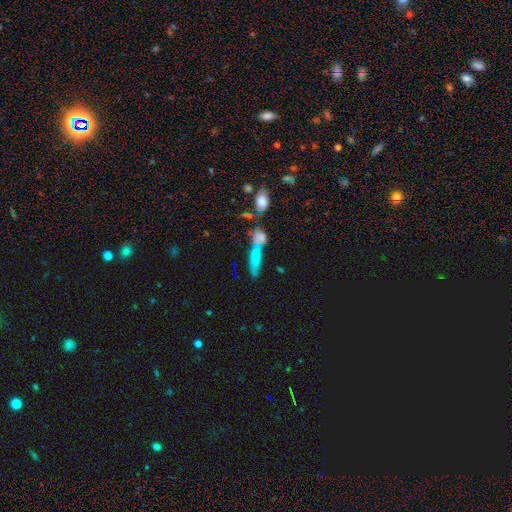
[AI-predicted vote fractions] This appears to be a smooth galaxy with no disk features (64%) that is cigar-shaped (59%). Merging: merger (40%, tied with none).